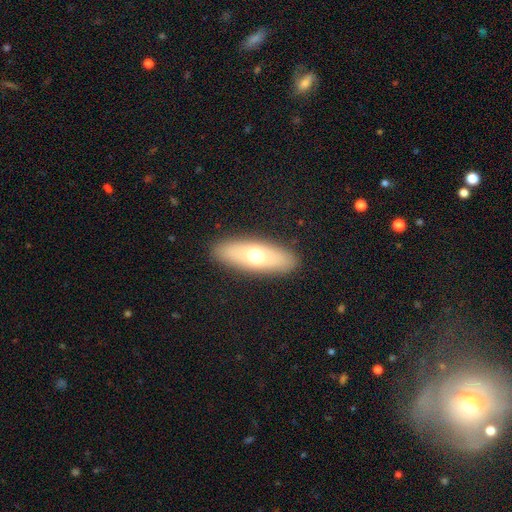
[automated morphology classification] Smooth or featured: smooth — 59% (featured or disk — 32%)
How rounded: in between — 64% (cigar-shaped — 31%)
Merging: none — 88% (minor disturbance — 8%)